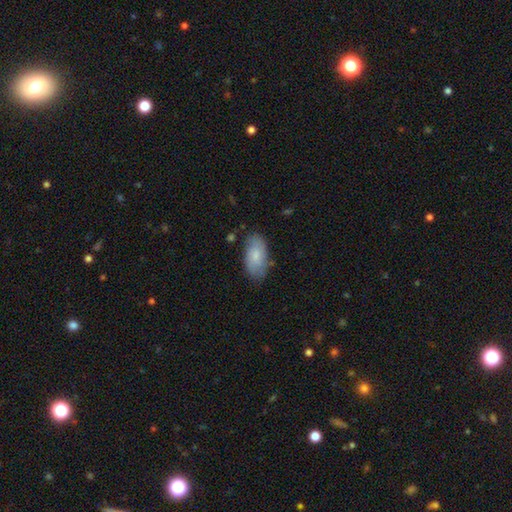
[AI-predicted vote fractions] A smooth galaxy with no disk features (77%) that is in between round and cigar-shaped (94%).

Vote fractions:
- Smooth or featured? smooth: 77% / featured or disk: 17% / star or artifact: 6%
- How rounded? in between: 94% / cigar-shaped: 4% / round: 3%
- Merging? none: 76% / minor disturbance: 18% / major disturbance: 4% / merger: 2%